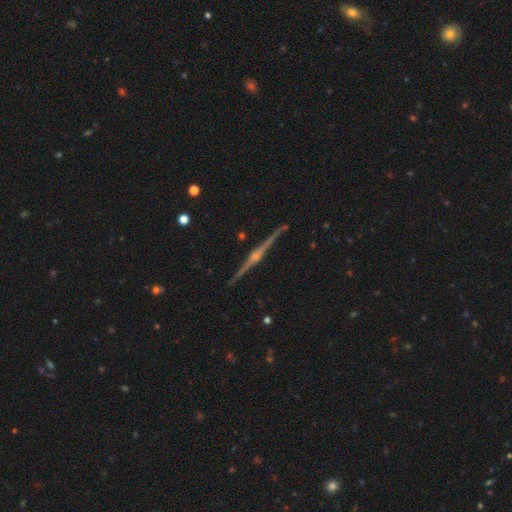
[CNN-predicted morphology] smooth-or-featured: featured or disk: 89% | smooth: 6% | star or artifact: 5%
  disk-edge-on: yes: 99% | no: 1%
    edge-on-bulge: rounded: 86% | boxy: 8% | none: 6%
  merging: none: 92% | minor disturbance: 6% | major disturbance: 1% | merger: 1%